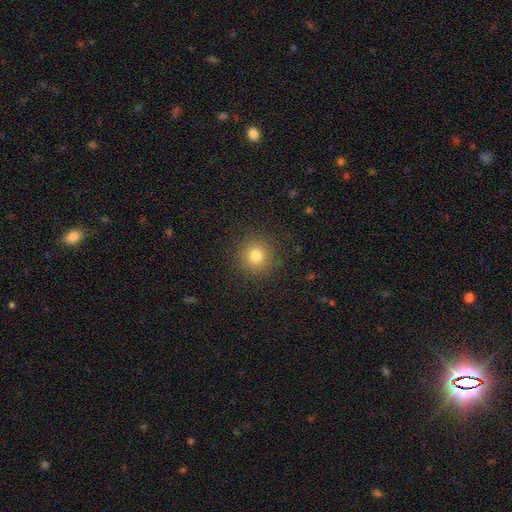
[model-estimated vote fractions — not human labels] Smooth or featured?
  - smooth: 79% *
  - star or artifact: 14%
  - featured or disk: 7%
How rounded?
  - round: 93% *
  - in between: 6%
  - cigar-shaped: 1%
Merging?
  - none: 89% *
  - minor disturbance: 7%
  - major disturbance: 3%
  - merger: 1%